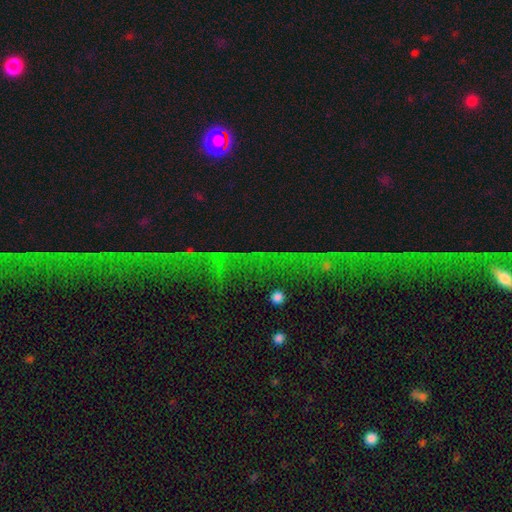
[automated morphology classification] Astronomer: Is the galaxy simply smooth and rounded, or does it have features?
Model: star or artifact — 74%.